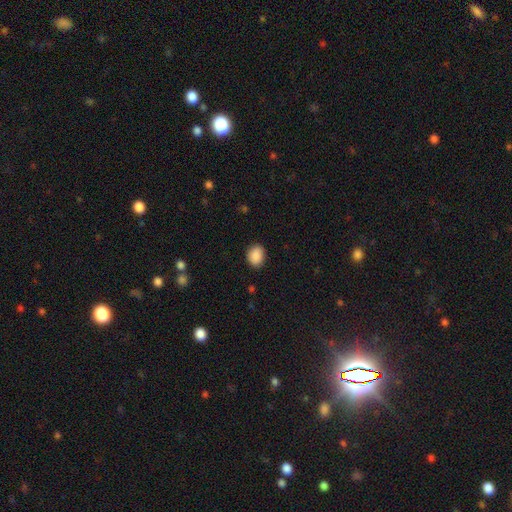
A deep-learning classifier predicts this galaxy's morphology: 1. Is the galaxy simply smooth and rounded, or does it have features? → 89% smooth, 7% star or artifact, 3% featured or disk.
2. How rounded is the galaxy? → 52% in between, 47% round, 1% cigar-shaped.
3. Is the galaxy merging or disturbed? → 88% none, 9% minor disturbance, 2% major disturbance, 1% merger.